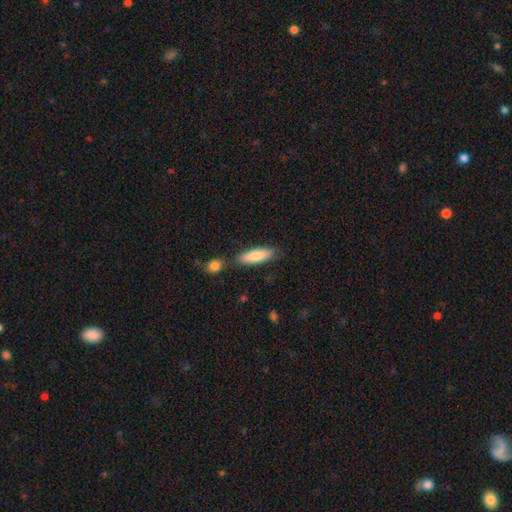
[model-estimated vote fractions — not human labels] Smooth or featured? smooth (80%)
How rounded? cigar-shaped (51%)
Merging? none (76%)